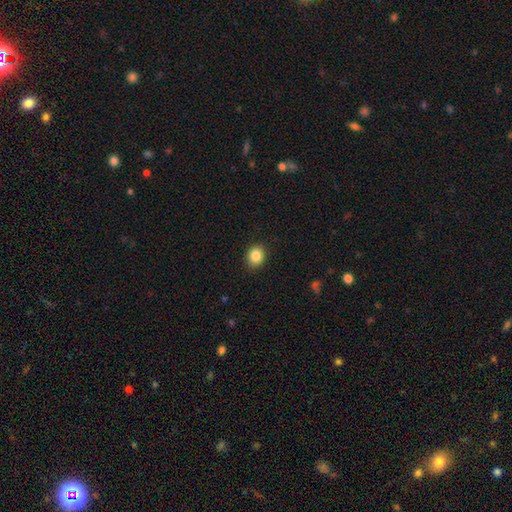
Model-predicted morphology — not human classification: type=smooth (86%); roundness=round (66%); merging=none (89%).